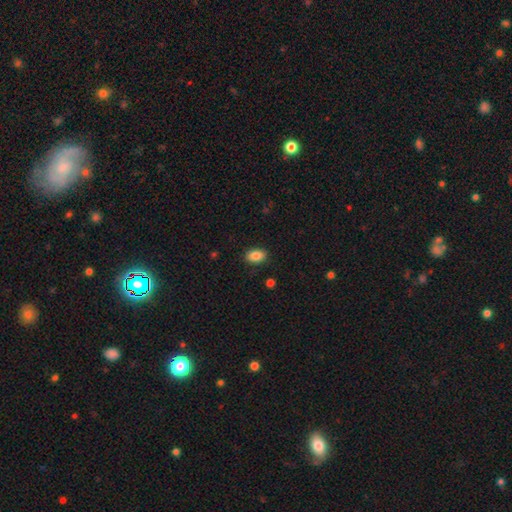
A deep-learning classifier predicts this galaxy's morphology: Smooth or featured: smooth — 87% (star or artifact — 8%)
How rounded: in between — 90% (round — 8%)
Merging: none — 88% (minor disturbance — 9%)